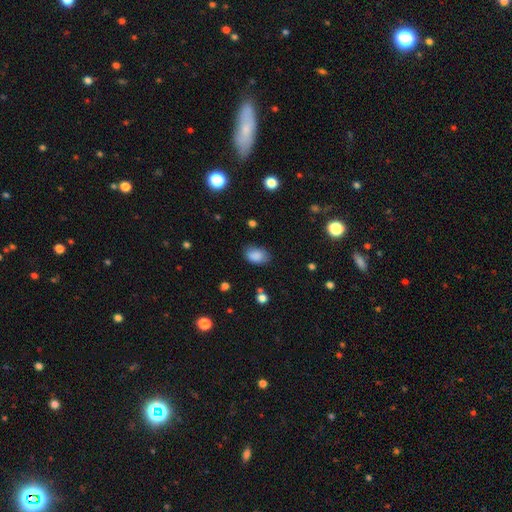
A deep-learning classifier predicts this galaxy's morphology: This appears to be a smooth galaxy with no disk features (86%) that is in between round and cigar-shaped (86%). Merging: none (77%).